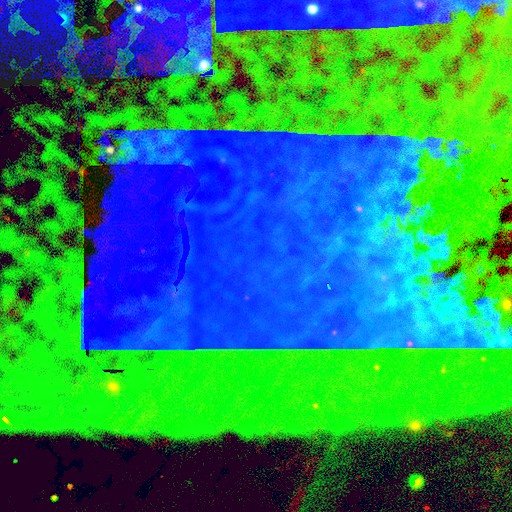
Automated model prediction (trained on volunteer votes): This is clearly a star or artifact rather than a galaxy (83%).